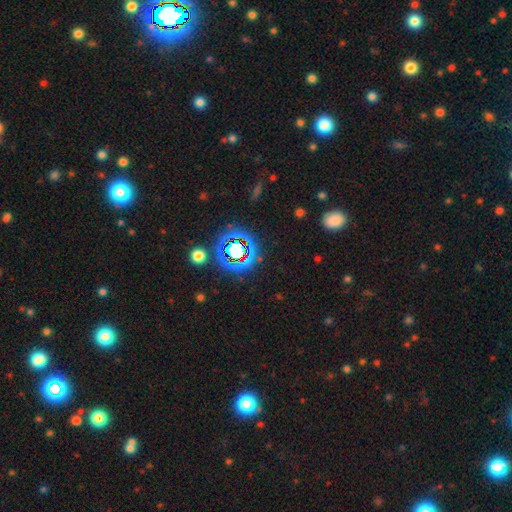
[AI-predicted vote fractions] Overall: star or artifact (79%).